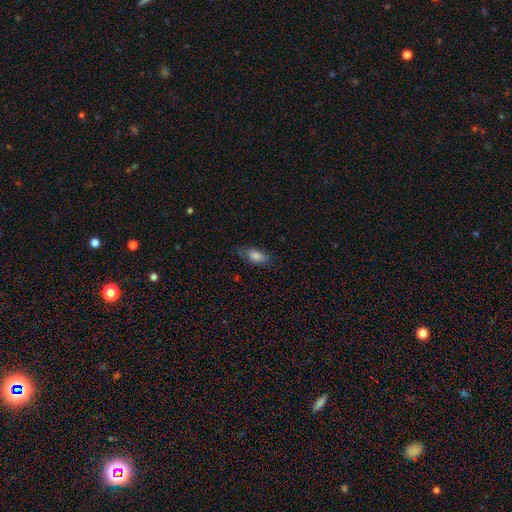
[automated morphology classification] This is clearly a smooth galaxy (80%). How rounded: clearly in between (82%). Merging: likely none (70%).